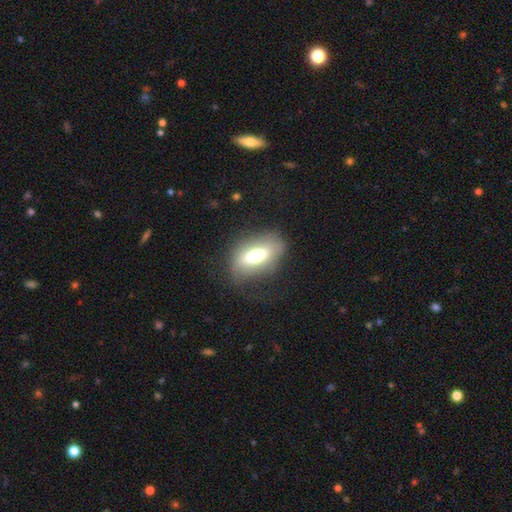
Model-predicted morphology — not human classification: Smooth or featured? smooth (58%)
How rounded? in between (80%)
Merging? none (71%)